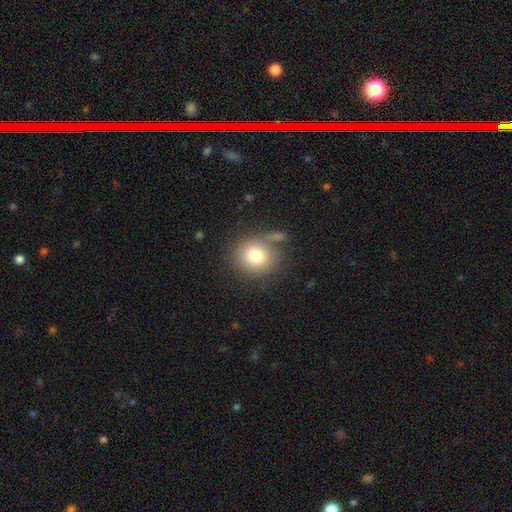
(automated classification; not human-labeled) smooth-or-featured: smooth: 78% | featured or disk: 11% | star or artifact: 11%
  how-rounded: round: 85% | in between: 14% | cigar-shaped: 1%
  merging: none: 70% | minor disturbance: 14% | merger: 9% | major disturbance: 7%